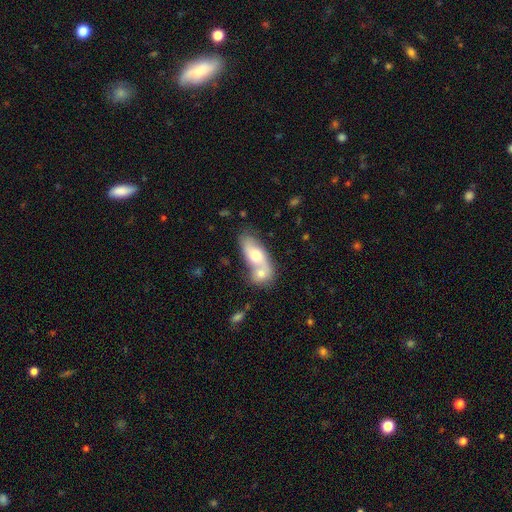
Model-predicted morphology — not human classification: smooth_or_featured: smooth (p=0.61) [alt: featured or disk p=0.33]
how_rounded: in between (p=0.76) [alt: cigar-shaped p=0.16]
merging: merger (p=0.62) [alt: none p=0.25]